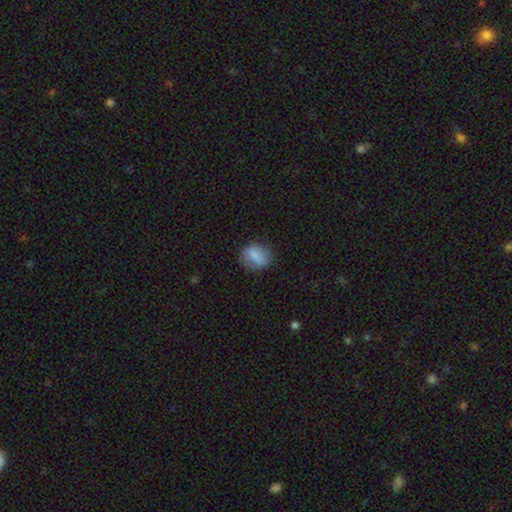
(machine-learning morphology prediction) smooth 69%, featured or disk 22%, star or artifact 8%. Down the decision tree: how rounded — in between (50%); merging — none (71%).